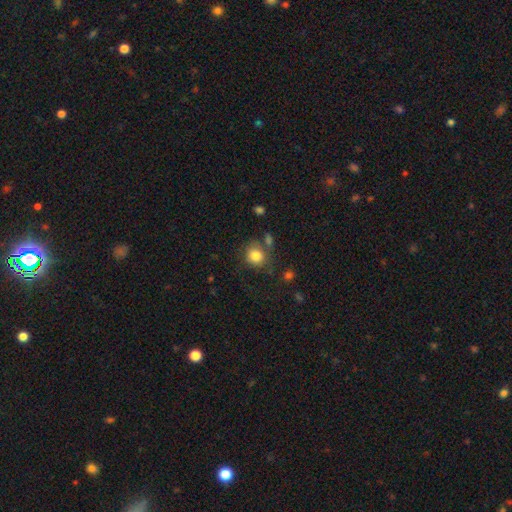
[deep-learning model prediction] smooth_or_featured: smooth (p=0.83) [alt: star or artifact p=0.10]
how_rounded: round (p=0.77) [alt: in between p=0.22]
merging: none (p=0.66) [alt: minor disturbance p=0.17]